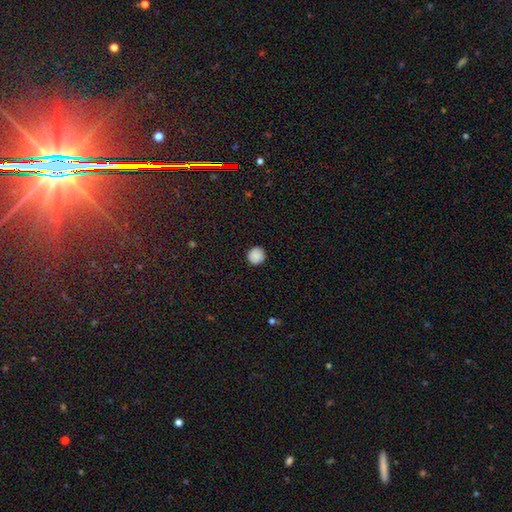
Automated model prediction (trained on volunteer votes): Overall: smooth (88%). How rounded: round (94%). Merging: none (90%).